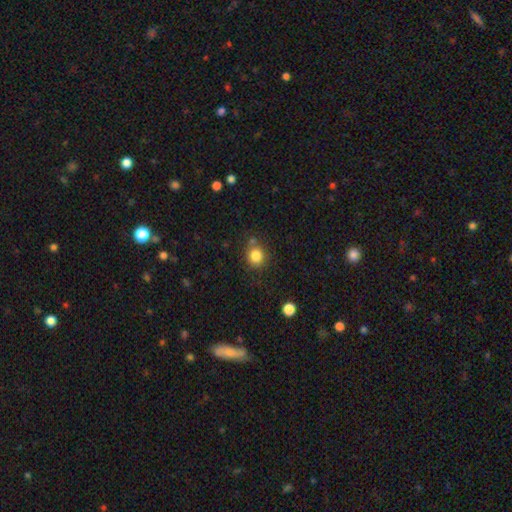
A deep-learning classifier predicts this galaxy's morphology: This appears to be a smooth galaxy with no disk features (83%) that is round (82%). Merging: none (74%).